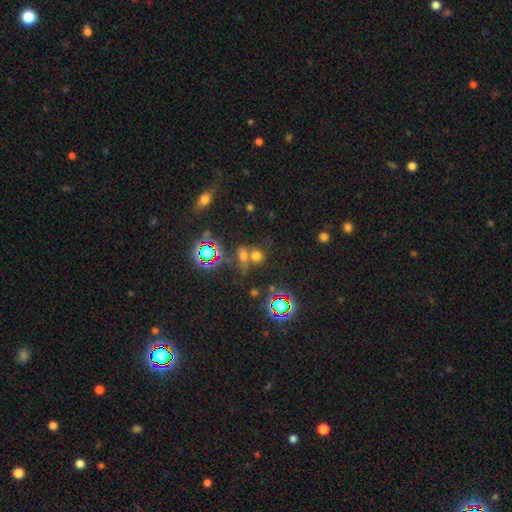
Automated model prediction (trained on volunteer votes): Smooth or featured? smooth (57%)
How rounded? round (68%)
Merging? none (52%)